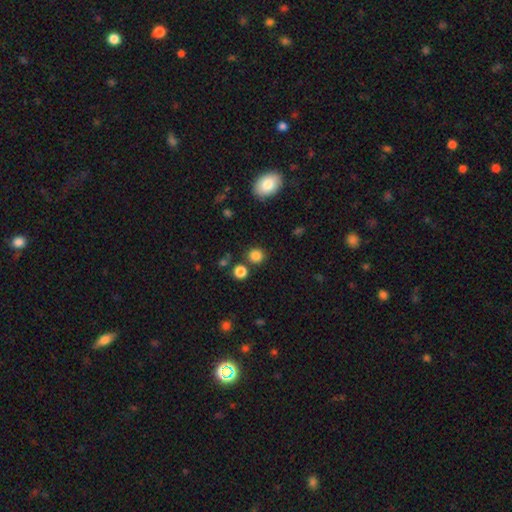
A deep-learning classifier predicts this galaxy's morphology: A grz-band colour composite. It shows a smooth galaxy with no disk features (84%) that is round (87%). Merging: none (84%).